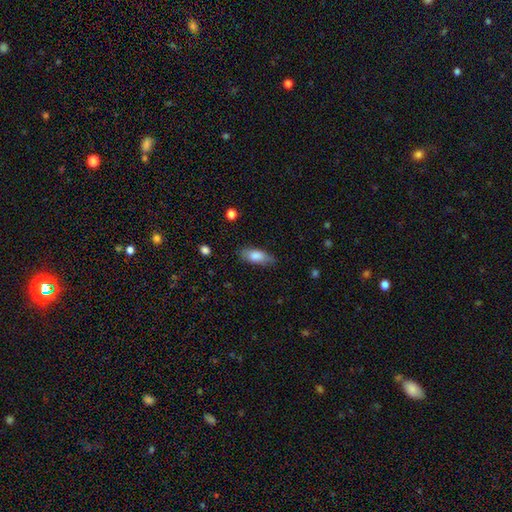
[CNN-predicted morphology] This is likely a smooth galaxy (79%). How rounded: likely in between (76%). Merging: likely none (73%).